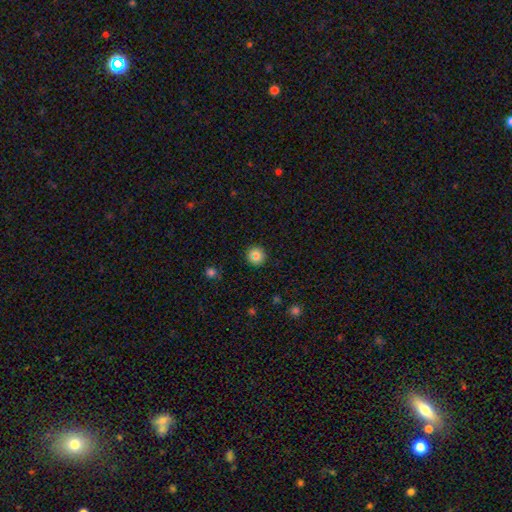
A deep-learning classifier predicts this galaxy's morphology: This appears to be a smooth galaxy with no disk features (80%) that is round (93%). Merging: none (89%).